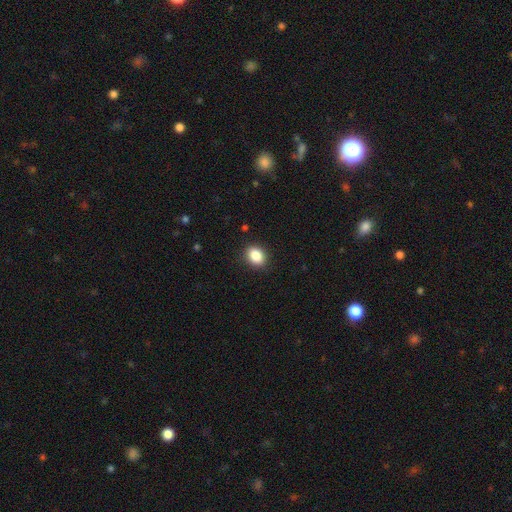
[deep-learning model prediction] smooth-or-featured: smooth: 87% | star or artifact: 9% | featured or disk: 4%
  how-rounded: in between: 60% | round: 39% | cigar-shaped: 1%
  merging: none: 89% | minor disturbance: 8% | major disturbance: 2% | merger: 1%